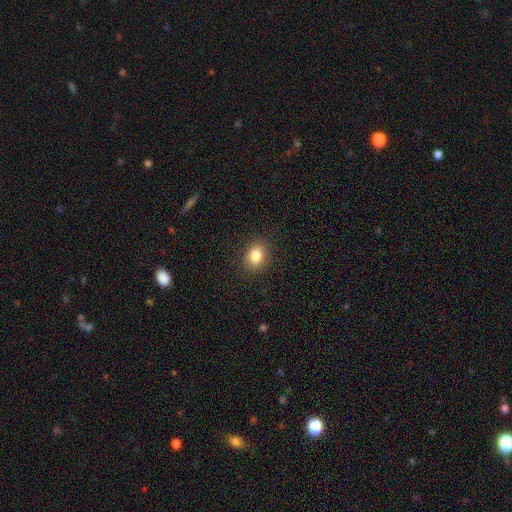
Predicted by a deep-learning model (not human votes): Morphology: type=smooth (83%); roundness=in between (53%); merging=none (88%).